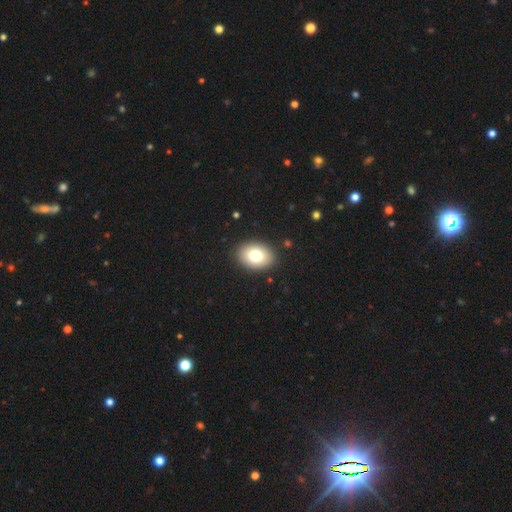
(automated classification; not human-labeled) Smooth or featured? smooth (79%)
How rounded? in between (77%)
Merging? none (90%)